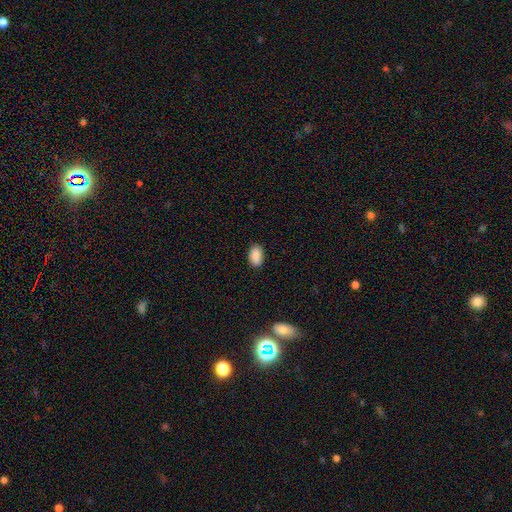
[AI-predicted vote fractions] Morphology: type=smooth (89%); roundness=in between (92%); merging=none (86%).